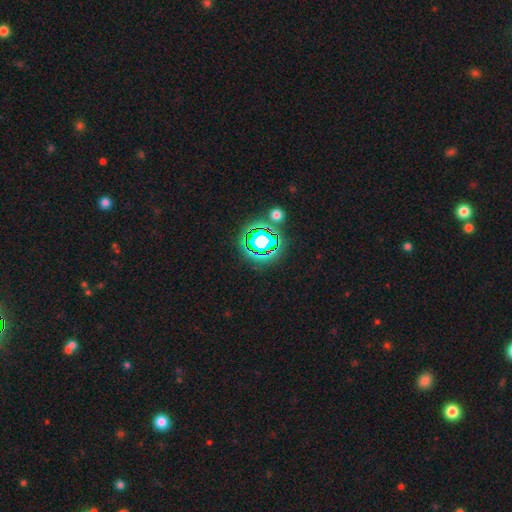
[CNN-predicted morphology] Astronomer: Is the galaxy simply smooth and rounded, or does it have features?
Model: star or artifact — 81%.